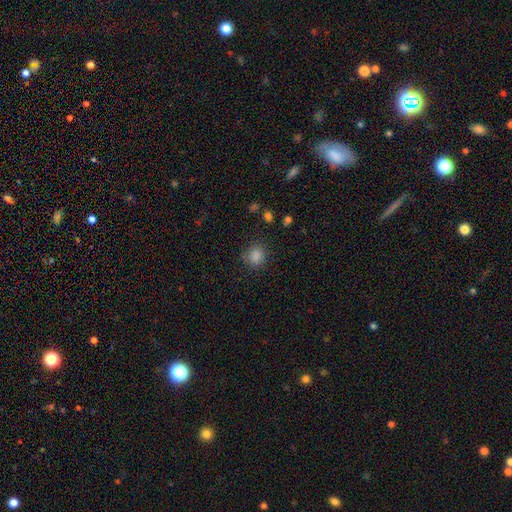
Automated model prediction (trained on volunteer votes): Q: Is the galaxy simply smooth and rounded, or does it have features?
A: smooth — 83%.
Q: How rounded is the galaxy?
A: round — 82%.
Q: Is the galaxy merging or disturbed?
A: none — 84%.